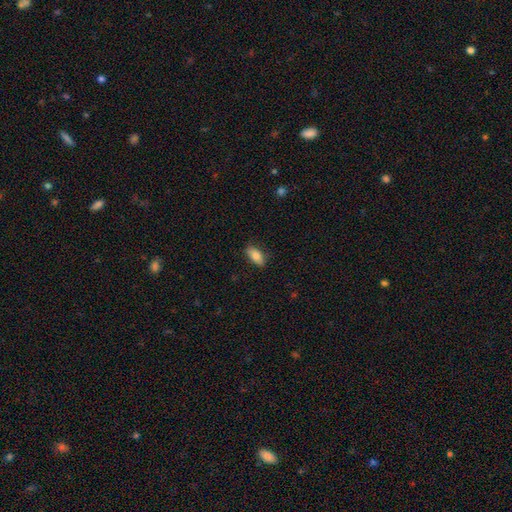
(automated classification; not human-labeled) A smooth galaxy with no disk features (80%) that is in between round and cigar-shaped (87%).

Vote fractions:
- Smooth or featured? smooth: 80% / featured or disk: 13% / star or artifact: 7%
- How rounded? in between: 87% / cigar-shaped: 10% / round: 3%
- Merging? none: 83% / minor disturbance: 13% / major disturbance: 2% / merger: 1%